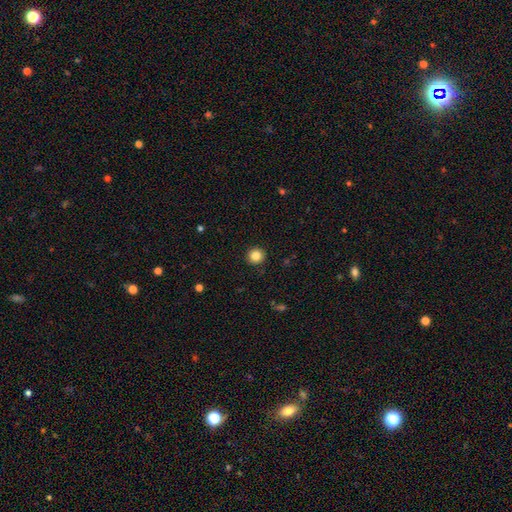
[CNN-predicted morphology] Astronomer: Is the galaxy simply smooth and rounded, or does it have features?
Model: smooth — 85%.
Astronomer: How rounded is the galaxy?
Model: round — 94%.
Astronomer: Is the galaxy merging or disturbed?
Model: none — 92%.